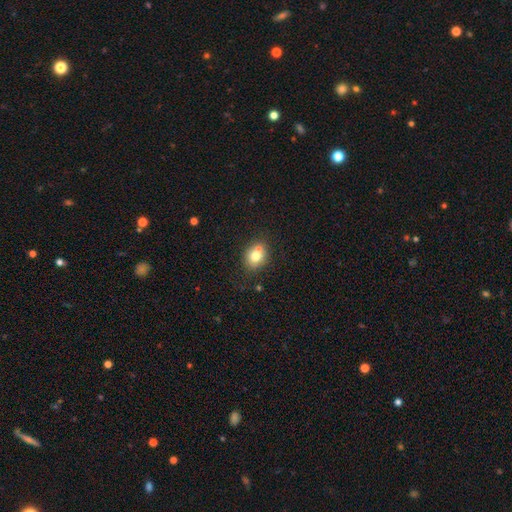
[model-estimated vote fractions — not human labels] This appears to be a smooth galaxy with no disk features (74%) that is round (57%). Merging: none (60%).